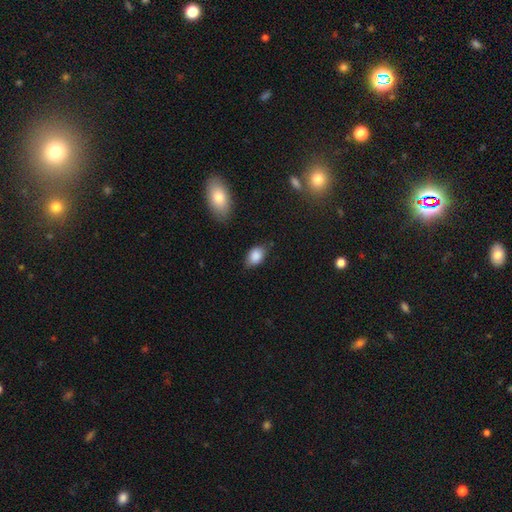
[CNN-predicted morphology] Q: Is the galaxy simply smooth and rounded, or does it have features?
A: smooth — 86%.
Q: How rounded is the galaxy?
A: in between — 88%.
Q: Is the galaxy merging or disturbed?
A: none — 70%.